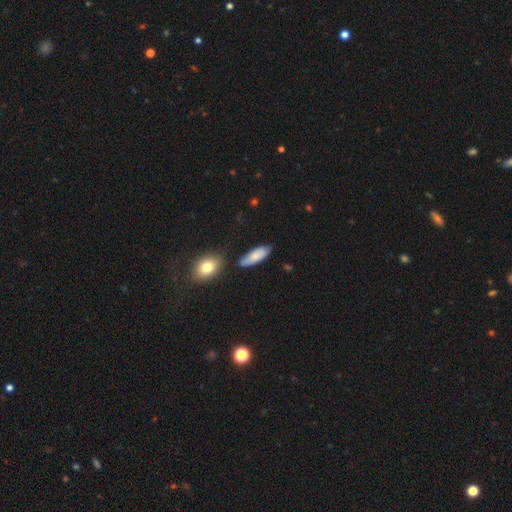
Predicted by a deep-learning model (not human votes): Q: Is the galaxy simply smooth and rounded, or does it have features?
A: smooth — 79%.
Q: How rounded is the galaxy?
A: in between — 69%.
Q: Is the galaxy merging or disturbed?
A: none — 74%.